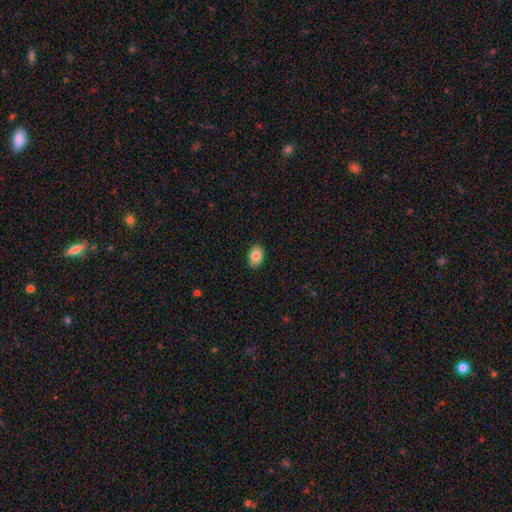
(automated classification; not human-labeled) smooth_or_featured: smooth (p=0.83) [alt: featured or disk p=0.09]
how_rounded: in between (p=0.84) [alt: round p=0.15]
merging: none (p=0.86) [alt: minor disturbance p=0.11]